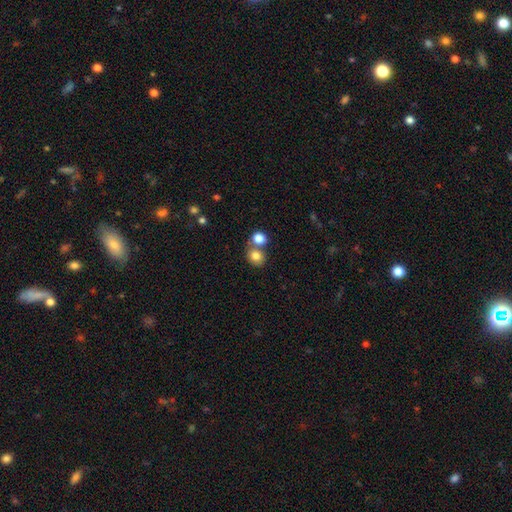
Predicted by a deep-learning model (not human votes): smooth_or_featured: smooth (p=0.80) [alt: star or artifact p=0.12]
how_rounded: round (p=0.71) [alt: in between p=0.29]
merging: none (p=0.53) [alt: merger p=0.35]